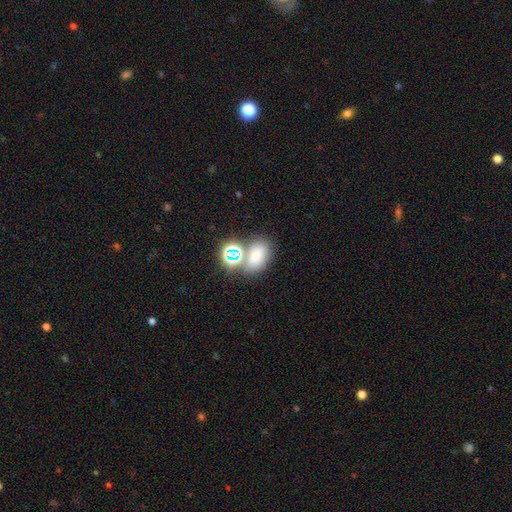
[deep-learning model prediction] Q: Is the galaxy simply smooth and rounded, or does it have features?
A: smooth — 68%.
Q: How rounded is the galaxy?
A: in between — 71%.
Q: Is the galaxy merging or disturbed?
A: none — 59%.